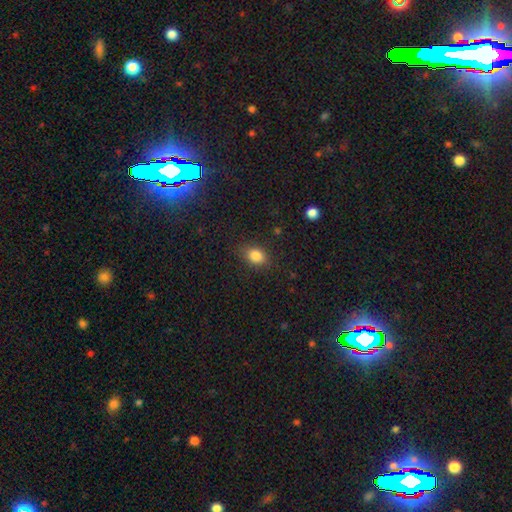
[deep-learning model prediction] This is clearly a smooth galaxy (84%). How rounded: likely in between (69%). Merging: clearly none (83%).